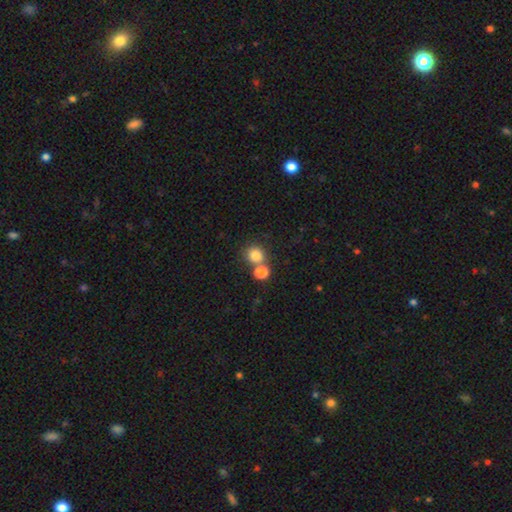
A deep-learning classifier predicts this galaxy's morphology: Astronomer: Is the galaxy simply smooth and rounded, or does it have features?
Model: smooth — 81%.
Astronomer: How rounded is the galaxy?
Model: round — 86%.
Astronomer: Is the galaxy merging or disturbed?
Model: none — 59%.